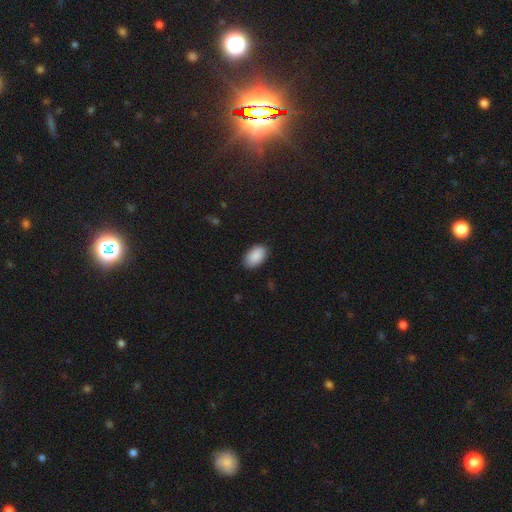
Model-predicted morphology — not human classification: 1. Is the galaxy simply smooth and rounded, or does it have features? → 90% smooth, 6% star or artifact, 3% featured or disk.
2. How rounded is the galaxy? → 93% in between, 6% round, 1% cigar-shaped.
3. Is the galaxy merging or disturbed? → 87% none, 10% minor disturbance, 2% major disturbance, 1% merger.